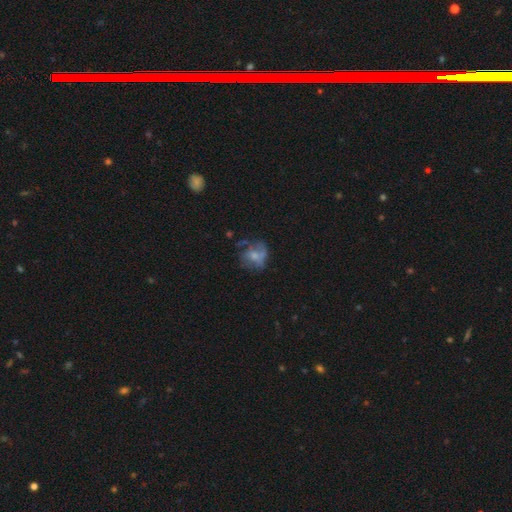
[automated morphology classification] type=featured or disk (45%); merging=none (41%).